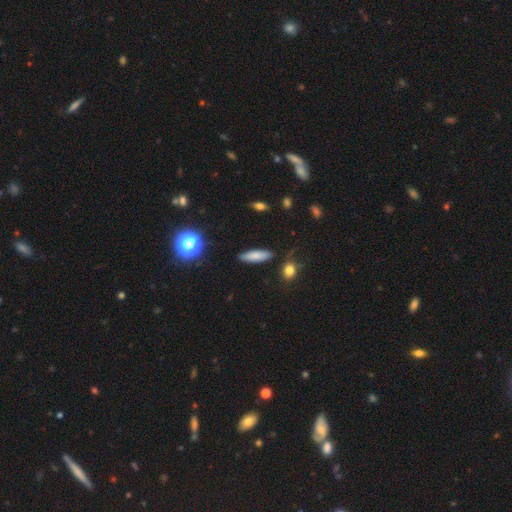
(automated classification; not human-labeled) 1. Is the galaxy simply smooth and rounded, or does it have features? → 77% smooth, 14% featured or disk, 9% star or artifact.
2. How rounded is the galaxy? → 60% cigar-shaped, 37% in between, 3% round.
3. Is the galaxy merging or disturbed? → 85% none, 10% minor disturbance, 3% major disturbance, 2% merger.